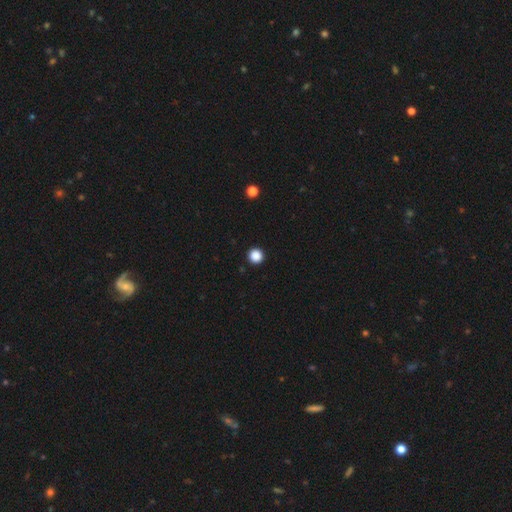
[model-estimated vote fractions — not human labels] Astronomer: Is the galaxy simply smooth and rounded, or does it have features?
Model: smooth — 87%.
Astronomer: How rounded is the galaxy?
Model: round — 96%.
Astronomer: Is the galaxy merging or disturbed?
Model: none — 94%.